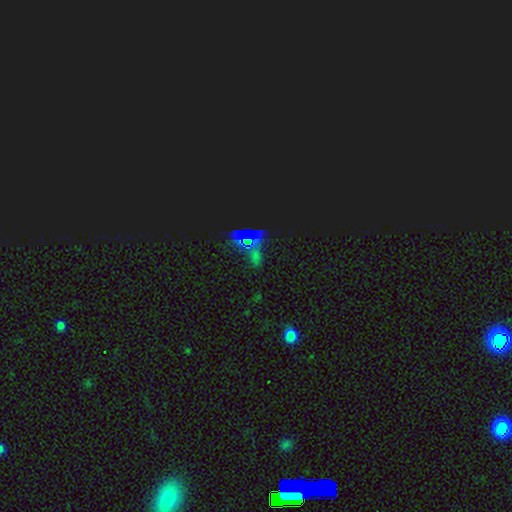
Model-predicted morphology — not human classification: This is likely a star or artifact rather than a galaxy (66%).